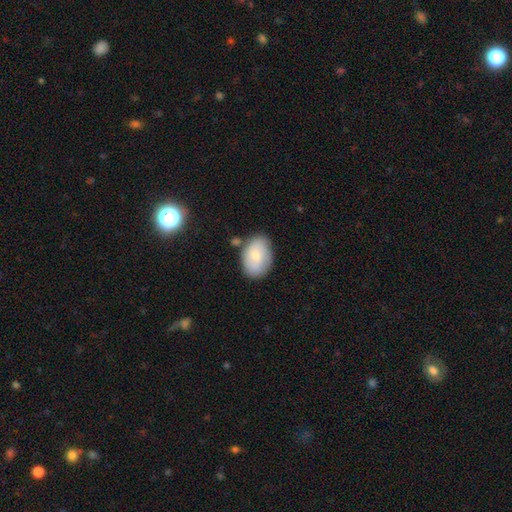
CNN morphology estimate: smooth 71%, featured or disk 23%, star or artifact 7%. Down the decision tree: how rounded — in between (83%); merging — none (72%).